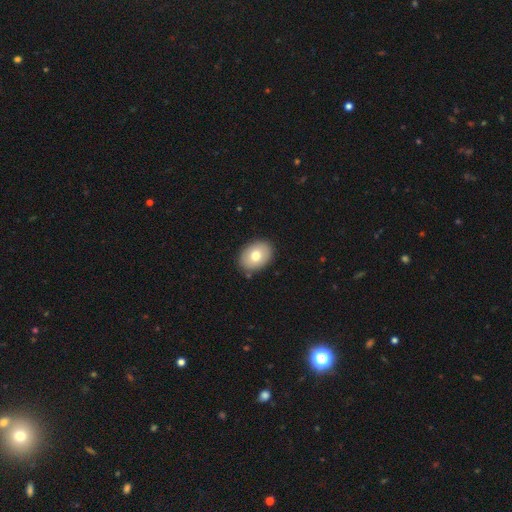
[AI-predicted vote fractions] A smooth galaxy with no disk features (74%) that is in between round and cigar-shaped (75%). Merging: none (87%).